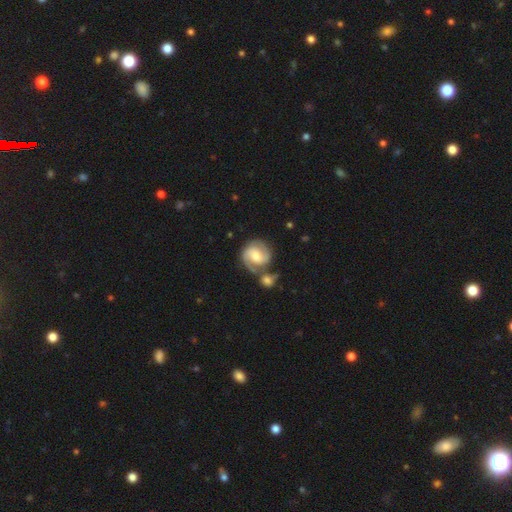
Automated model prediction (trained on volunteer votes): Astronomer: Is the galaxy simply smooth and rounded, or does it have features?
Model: featured or disk — 79%.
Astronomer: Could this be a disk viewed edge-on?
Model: no — 98%.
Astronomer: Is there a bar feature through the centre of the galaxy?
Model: weak — 47% (runner-up: no, 37%).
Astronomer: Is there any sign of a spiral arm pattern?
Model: yes — 95%.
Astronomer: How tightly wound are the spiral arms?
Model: medium — 46% (runner-up: tight, 42%).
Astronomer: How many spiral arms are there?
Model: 2 — 83%.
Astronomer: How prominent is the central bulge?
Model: moderate — 61%.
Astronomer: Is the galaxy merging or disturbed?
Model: none — 46% (runner-up: merger, 35%).